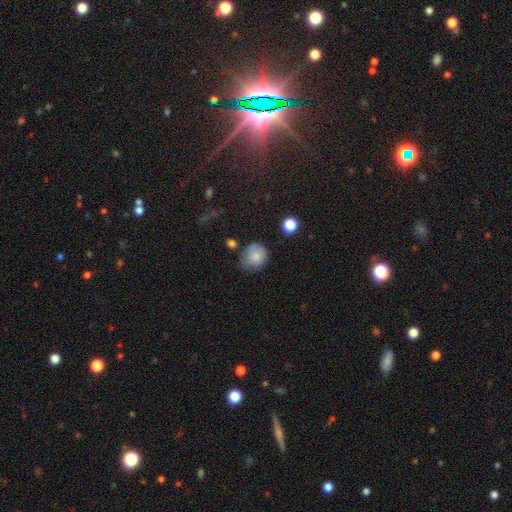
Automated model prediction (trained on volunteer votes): The model was most divided on "merging": none: 55%, minor disturbance: 32%, major disturbance: 10%, merger: 4%. More confident: smooth or featured — smooth (79%); how rounded — round (73%).